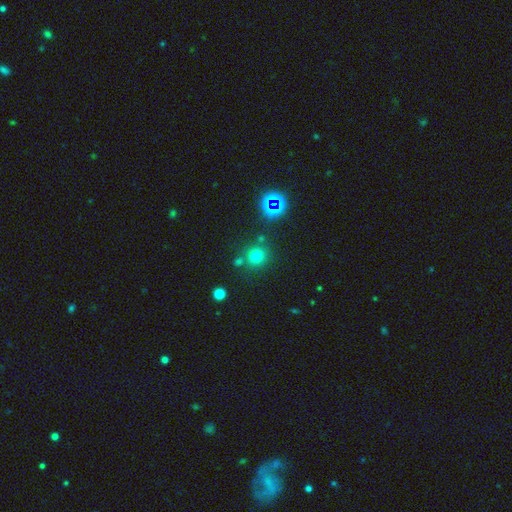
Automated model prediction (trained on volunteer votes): A smooth galaxy with no disk features (69%) that is round (92%). Merging: none (75%).